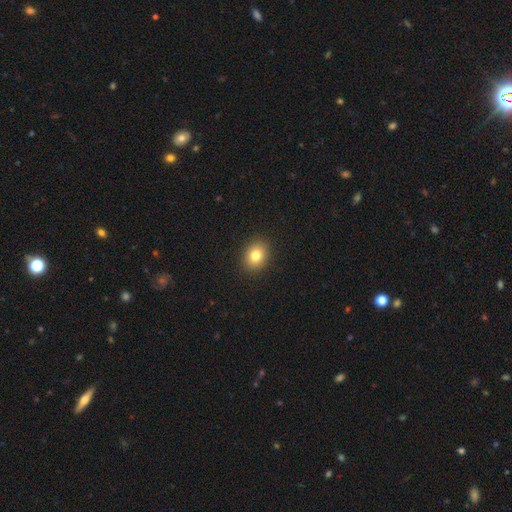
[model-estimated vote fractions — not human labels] Smooth or featured: smooth — 80% (star or artifact — 11%)
How rounded: in between — 50% (round — 49%)
Merging: none — 91% (minor disturbance — 6%)